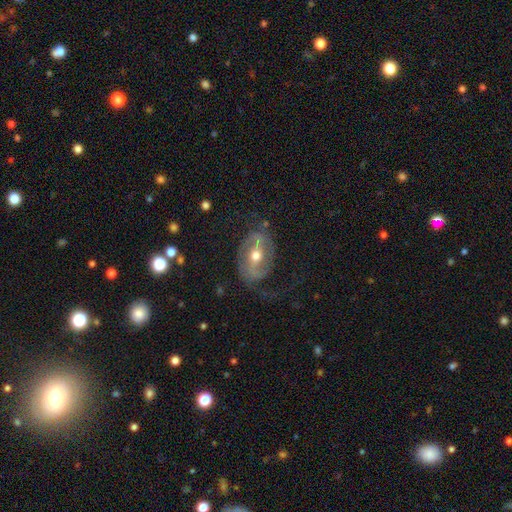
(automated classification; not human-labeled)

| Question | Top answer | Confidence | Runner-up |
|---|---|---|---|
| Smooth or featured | featured or disk | 80% | smooth (14%) |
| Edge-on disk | no | 94% | yes (6%) |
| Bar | strong | 53% | weak (31%) |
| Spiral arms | yes | 79% | no (21%) |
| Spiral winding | medium | 41% | loose (40%) |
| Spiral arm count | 2 | 80% | 1 (9%) |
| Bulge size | moderate | 75% | small (19%) |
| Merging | none | 60% | minor disturbance (19%) |